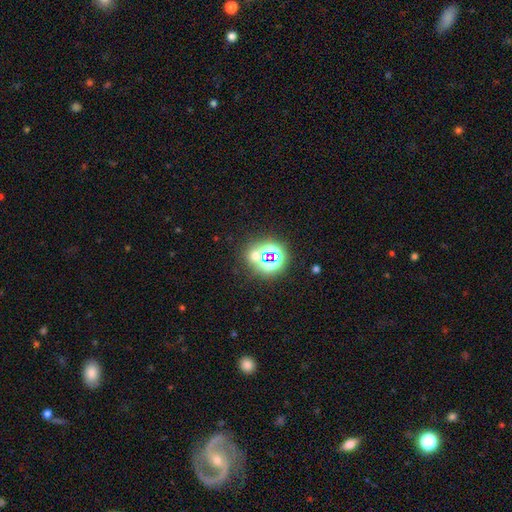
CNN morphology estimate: smooth-or-featured: star or artifact: 59% | smooth: 30% | featured or disk: 11%